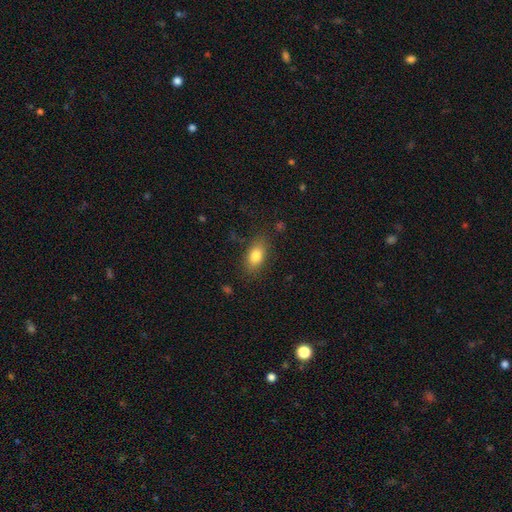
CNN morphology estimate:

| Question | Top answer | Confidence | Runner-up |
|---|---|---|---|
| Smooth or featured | smooth | 81% | featured or disk (11%) |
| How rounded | in between | 85% | round (8%) |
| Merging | none | 82% | minor disturbance (13%) |